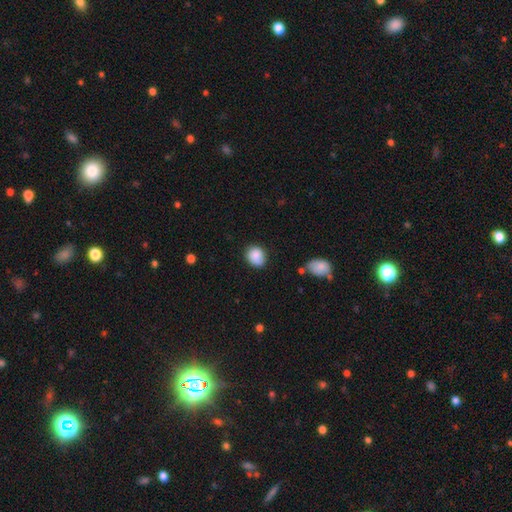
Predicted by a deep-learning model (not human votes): Smooth or featured? smooth (88%)
How rounded? round (60%)
Merging? none (75%)